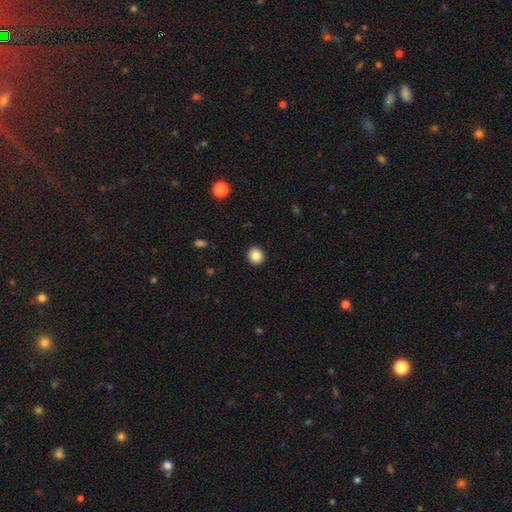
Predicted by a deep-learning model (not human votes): smooth_or_featured: smooth (p=0.86) [alt: star or artifact p=0.10]
how_rounded: round (p=0.90) [alt: in between p=0.09]
merging: none (p=0.92) [alt: minor disturbance p=0.05]